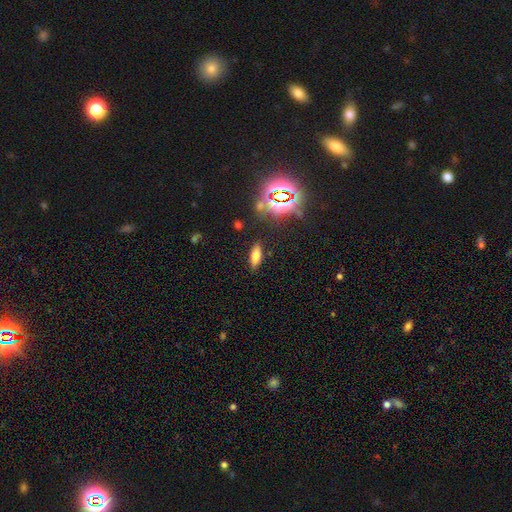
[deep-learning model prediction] Smooth or featured? Predicted: smooth (p=0.63). How rounded? Predicted: in between (p=0.65). Merging? Predicted: none (p=0.86).